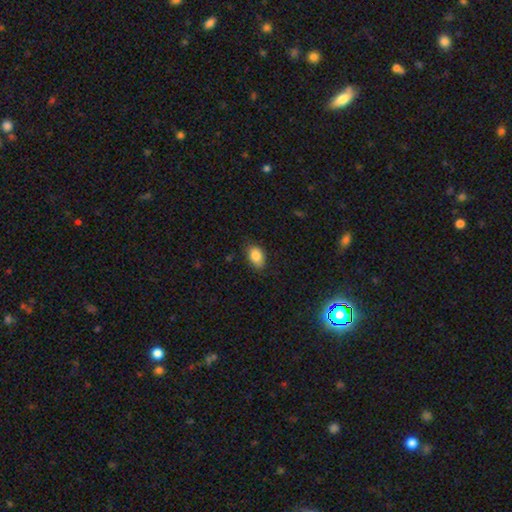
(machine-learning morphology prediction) Overall: smooth (85%). How rounded: in between (82%). Merging: none (79%).